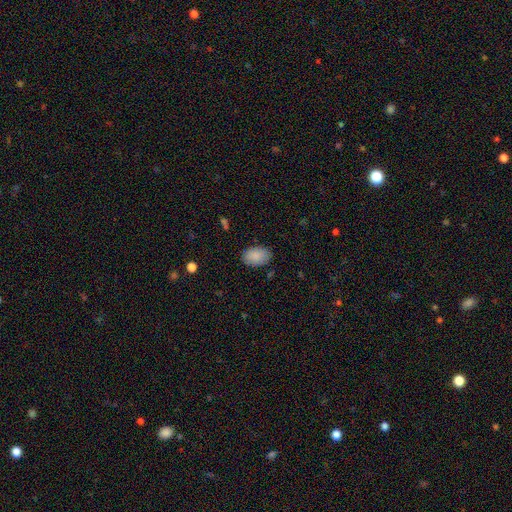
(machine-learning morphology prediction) Smooth or featured? Predicted: smooth (p=0.88). How rounded? Predicted: in between (p=0.90). Merging? Predicted: none (p=0.85).